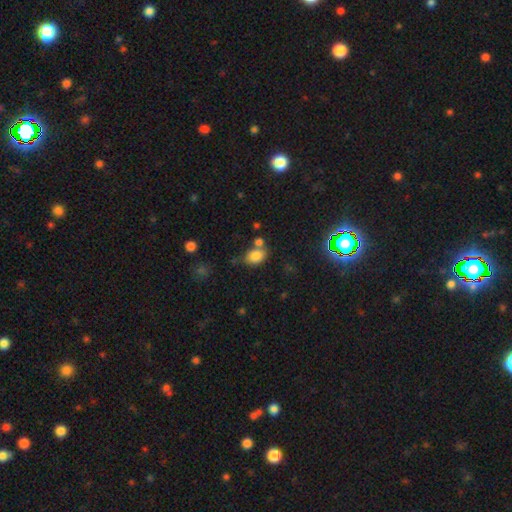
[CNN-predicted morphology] Overall: smooth (82%). How rounded: in between (75%). Merging: none (55%; merger 23%).